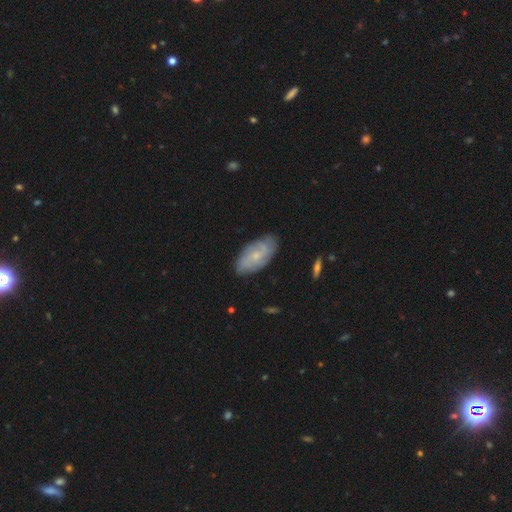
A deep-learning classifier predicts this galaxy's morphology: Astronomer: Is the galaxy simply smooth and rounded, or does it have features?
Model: featured or disk — 53% (runner-up: smooth, 40%).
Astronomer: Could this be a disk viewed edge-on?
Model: no — 92%.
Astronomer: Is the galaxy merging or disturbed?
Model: none — 78%.